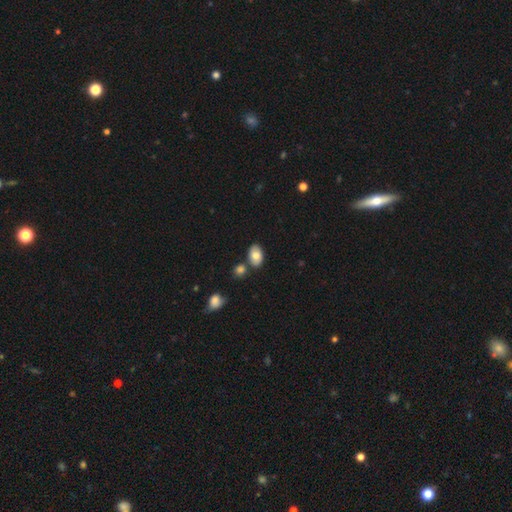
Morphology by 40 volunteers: smooth-or-featured: smooth: 78% | featured or disk: 18% | star or artifact: 5%
  how-rounded: in between: 87% | round: 13% | cigar-shaped: 0%
  merging: none: 82% | merger: 11% | minor disturbance: 8% | major disturbance: 0%